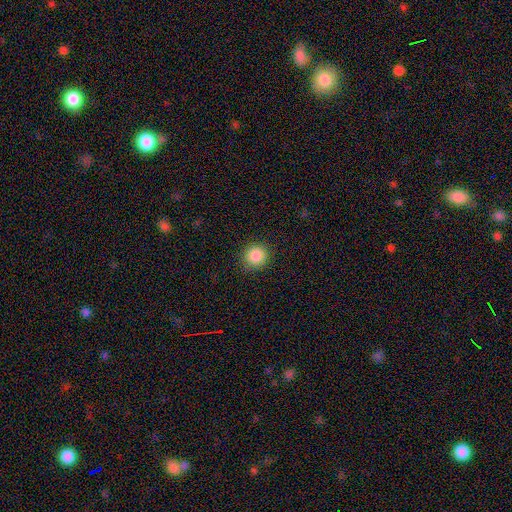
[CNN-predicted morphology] Overall: smooth (87%). How rounded: round (92%). Merging: none (90%).